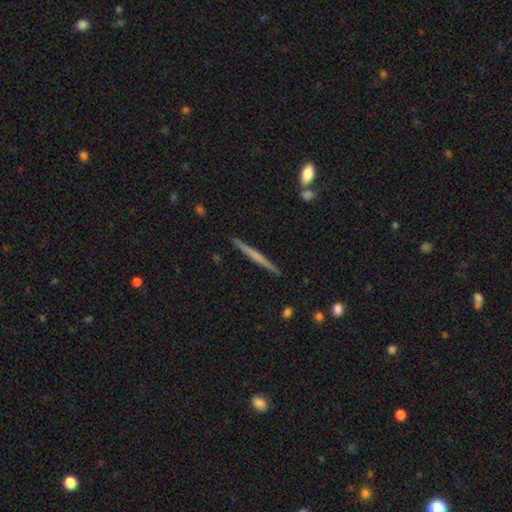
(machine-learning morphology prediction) Q: Smooth or featured?
A: featured or disk (56%); runner-up: smooth (39%)
Q: Edge-on disk?
A: yes (98%); runner-up: no (2%)
Q: Edge-on bulge?
A: none (72%); runner-up: rounded (21%)
Q: Merging?
A: none (92%); runner-up: minor disturbance (6%)